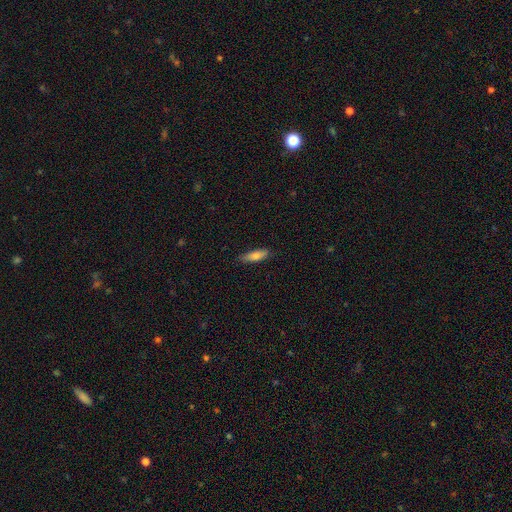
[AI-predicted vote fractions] This appears to be a smooth galaxy with no disk features (77%) that is cigar-shaped (52%). Merging: none (82%).